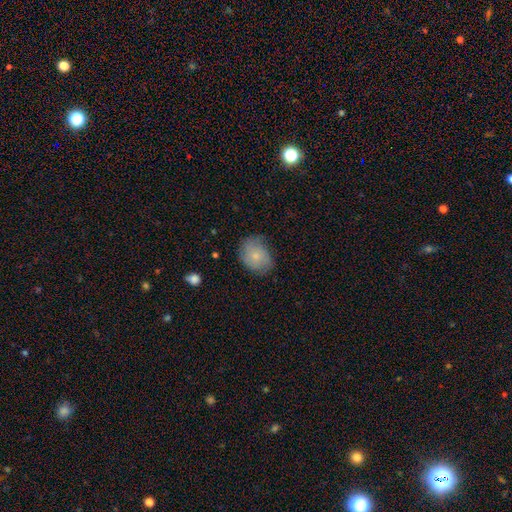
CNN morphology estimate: smooth_or_featured: smooth (p=0.69) [alt: featured or disk p=0.23]
how_rounded: in between (p=0.56) [alt: round p=0.43]
merging: none (p=0.65) [alt: minor disturbance p=0.27]